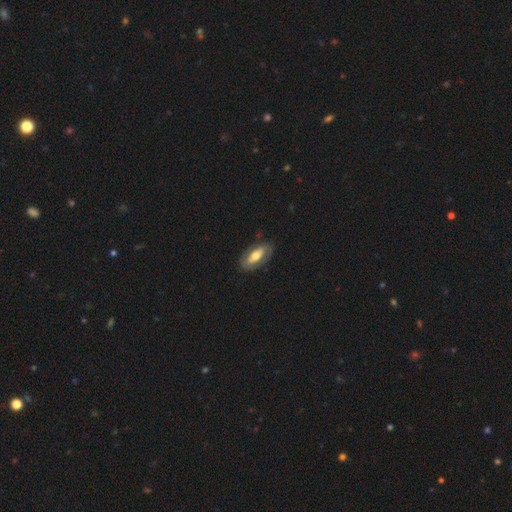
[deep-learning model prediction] Morphology: type=featured or disk (54%); edge-on=no (84%); merging=none (80%).